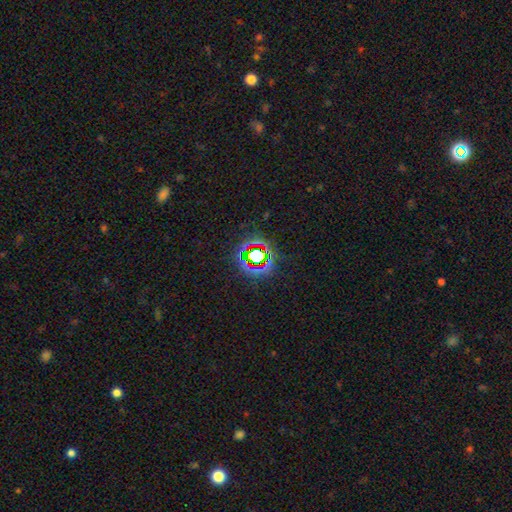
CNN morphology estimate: smooth_or_featured: star or artifact (p=0.71) [alt: smooth p=0.18]